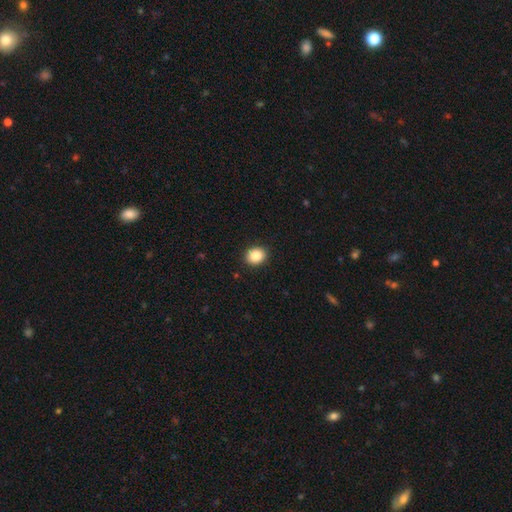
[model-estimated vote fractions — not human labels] This appears to be a smooth galaxy with no disk features (87%) that is round (66%). Merging: none (91%).